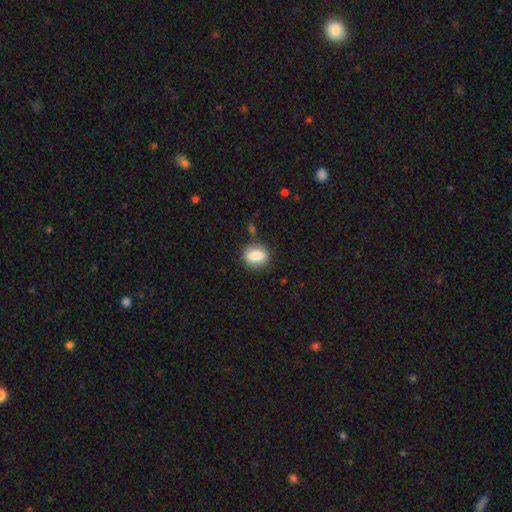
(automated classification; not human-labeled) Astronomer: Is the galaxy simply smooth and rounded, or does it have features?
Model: smooth — 80%.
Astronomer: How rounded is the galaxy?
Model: round — 58% (runner-up: in between, 41%).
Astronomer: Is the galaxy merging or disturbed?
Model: none — 82%.